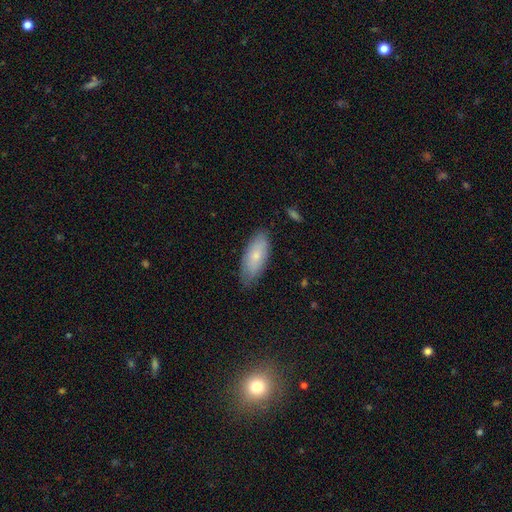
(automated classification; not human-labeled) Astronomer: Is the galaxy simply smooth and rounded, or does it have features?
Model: smooth — 75%.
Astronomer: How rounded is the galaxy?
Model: in between — 79%.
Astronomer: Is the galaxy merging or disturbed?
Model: none — 79%.